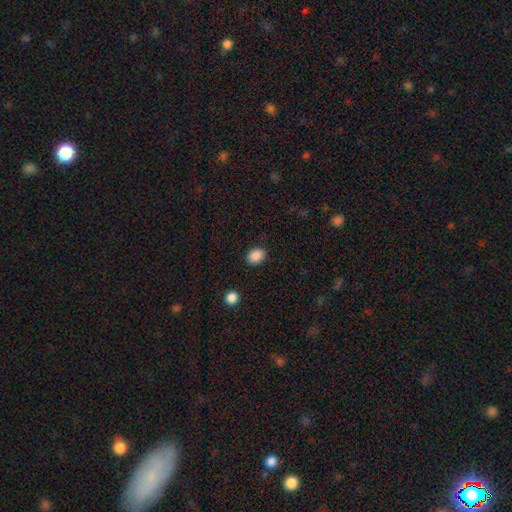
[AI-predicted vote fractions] Morphology: type=smooth (88%); roundness=in between (59%); merging=none (88%).